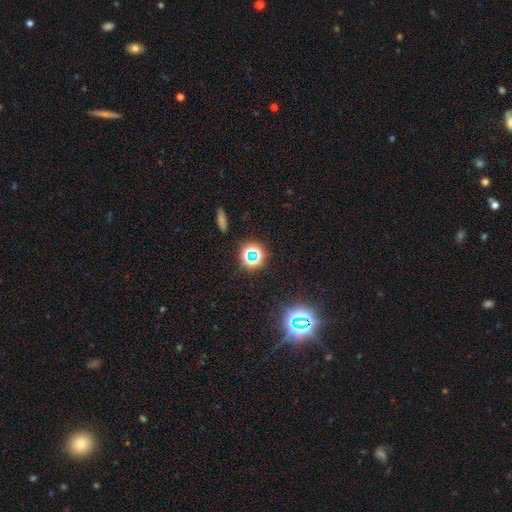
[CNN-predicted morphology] A star or artifact, not a galaxy (67%).